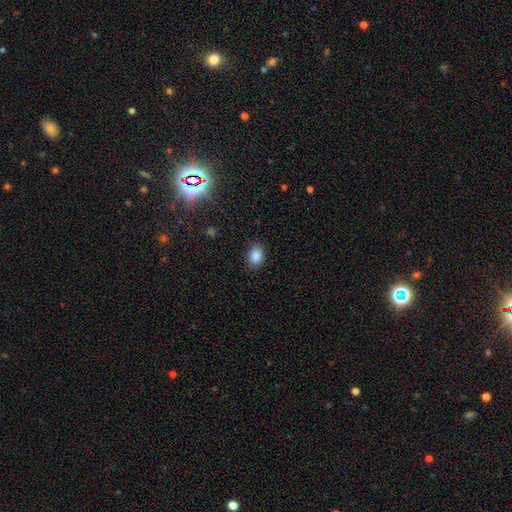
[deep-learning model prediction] A smooth galaxy with no disk features (86%) that is in between round and cigar-shaped (73%). Merging: none (85%).